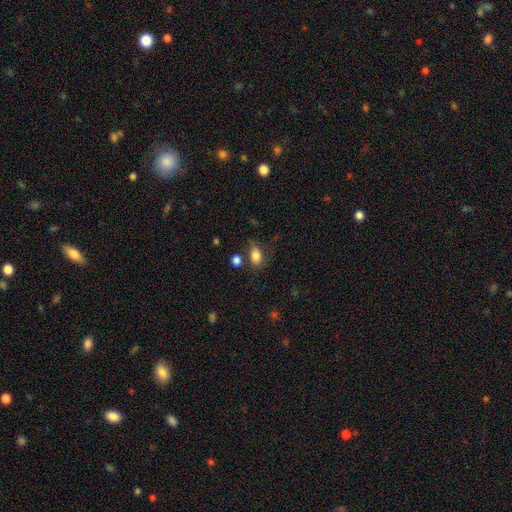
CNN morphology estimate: Smooth or featured? smooth (82%)
How rounded? in between (81%)
Merging? none (63%)